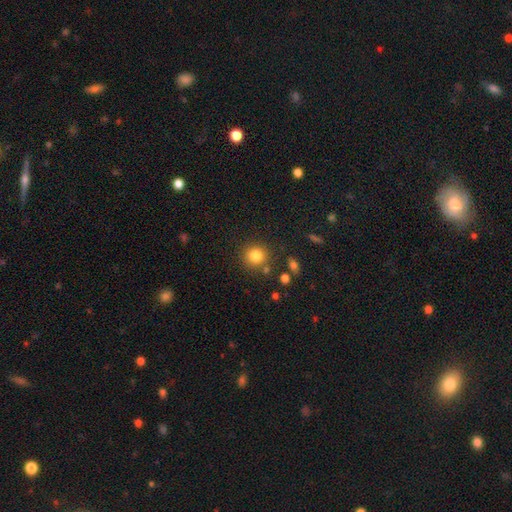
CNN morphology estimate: This appears to be a smooth galaxy with no disk features (82%) that is round (90%). Merging: none (83%).